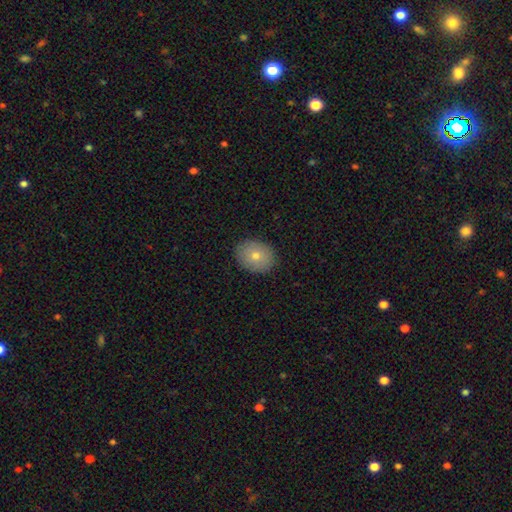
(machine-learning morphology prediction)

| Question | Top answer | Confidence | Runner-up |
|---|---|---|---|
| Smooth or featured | smooth | 73% | featured or disk (18%) |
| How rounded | in between | 54% | round (45%) |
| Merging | none | 89% | minor disturbance (8%) |